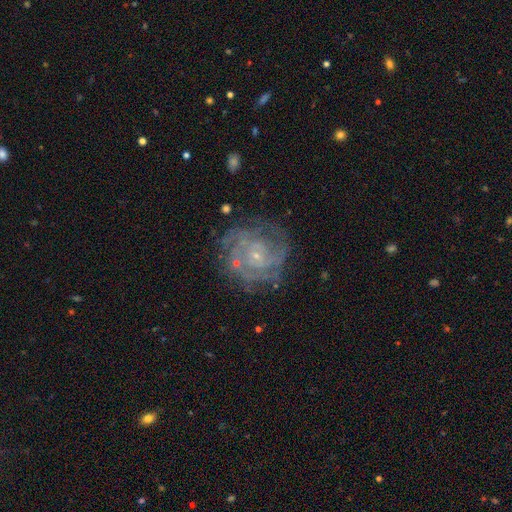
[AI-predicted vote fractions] This is clearly a featured or disk galaxy (84%). It is clearly not viewed edge-on (98%). Bar: likely no (72%). Spiral arm pattern: clearly yes (94%). Spiral arm count: marginally can't tell (32%). Spiral winding: likely tight (70%). Central bulge: clearly small (83%). Merging: likely none (73%).